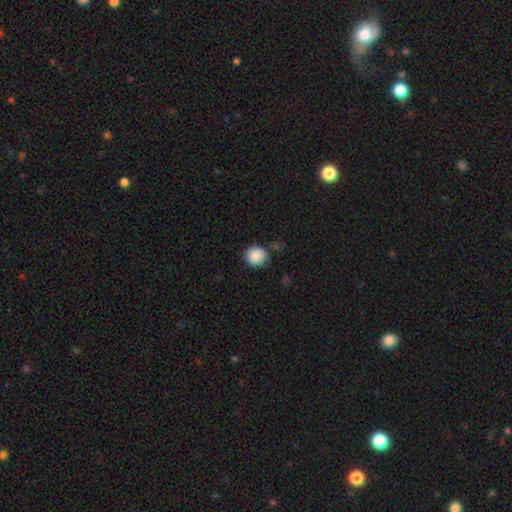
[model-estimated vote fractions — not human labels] This is clearly a smooth galaxy (88%). How rounded: clearly round (85%). Merging: likely none (76%).